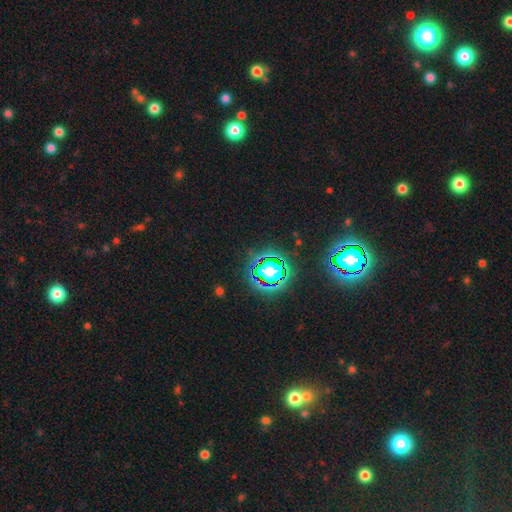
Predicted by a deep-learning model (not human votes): smooth_or_featured: star or artifact (p=0.80) [alt: smooth p=0.12]